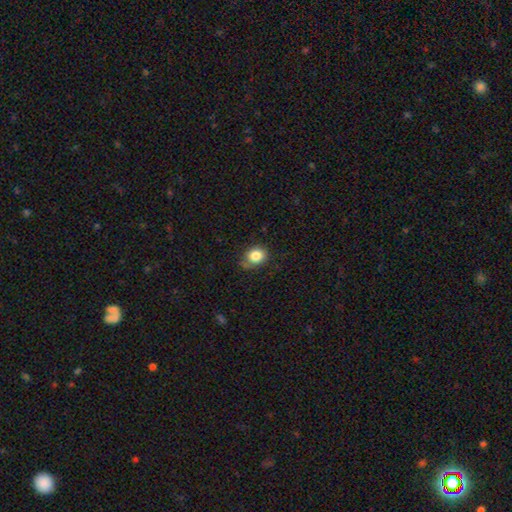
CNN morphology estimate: Smooth or featured: smooth — 84% (star or artifact — 10%)
How rounded: round — 64% (in between — 35%)
Merging: none — 71% (minor disturbance — 22%)